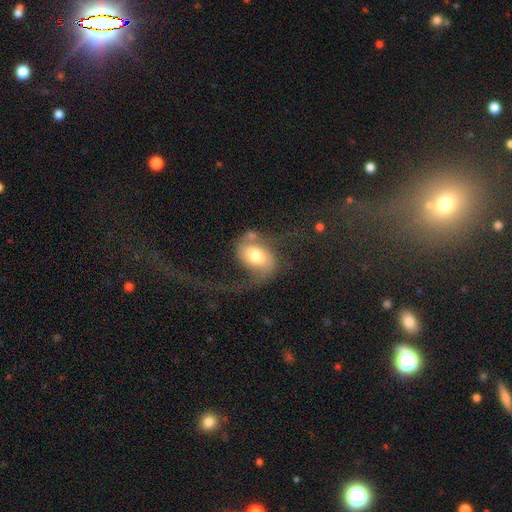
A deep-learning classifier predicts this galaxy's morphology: A featured or disk galaxy (61%) with no bar (55%), spiral arms (83%) and a moderate central bulge (62%). Merging: major disturbance (42%).